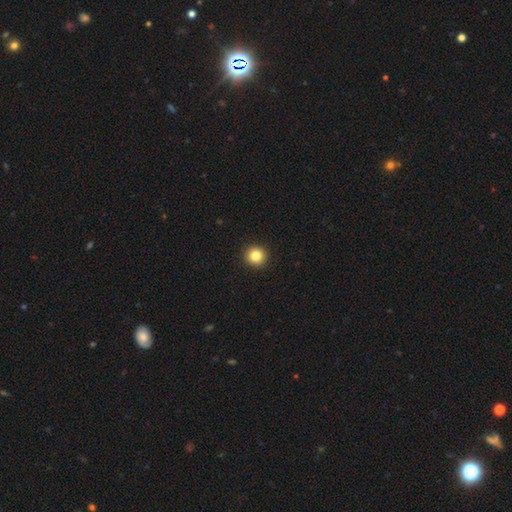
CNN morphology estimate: This appears to be a smooth galaxy with no disk features (84%) that is round (94%). Merging: none (93%).